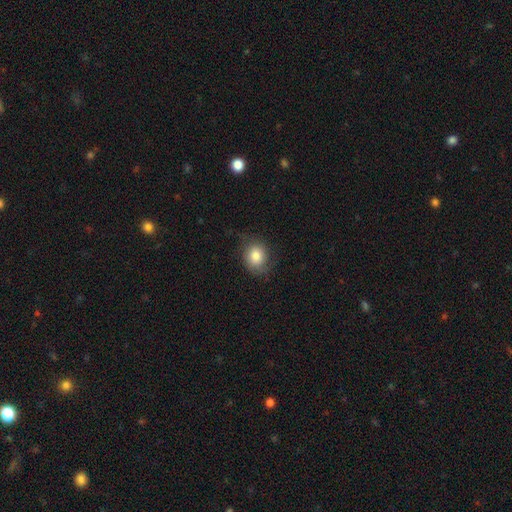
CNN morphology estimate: Overall: smooth (72%). How rounded: round (64%; in between 35%). Merging: none (63%; minor disturbance 25%).